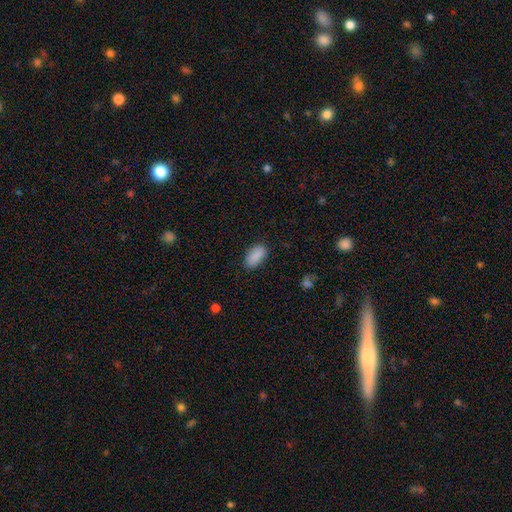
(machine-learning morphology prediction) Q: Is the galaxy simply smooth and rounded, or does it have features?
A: smooth — 89%.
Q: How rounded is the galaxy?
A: in between — 93%.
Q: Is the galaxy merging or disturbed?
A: none — 86%.